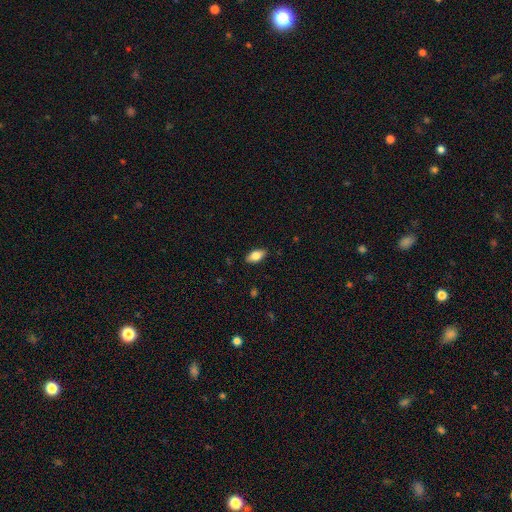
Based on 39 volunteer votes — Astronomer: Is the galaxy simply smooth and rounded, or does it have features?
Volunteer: smooth — 67%.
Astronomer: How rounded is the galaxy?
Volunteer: in between — 88%.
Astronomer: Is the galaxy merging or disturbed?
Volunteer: none — 89%.